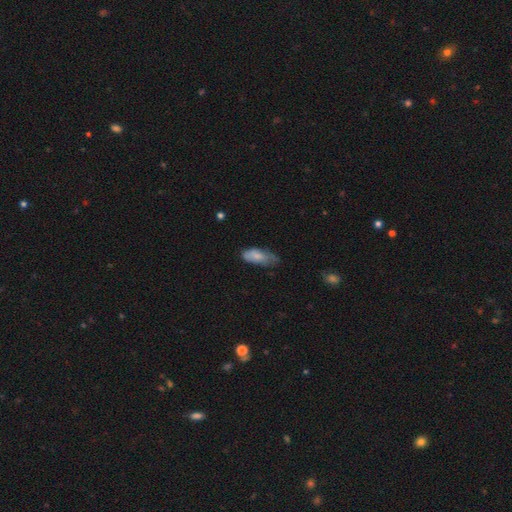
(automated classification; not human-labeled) The model was most divided on "merging": minor disturbance: 42%, none: 41%, major disturbance: 15%, merger: 2%. More confident: how rounded — in between (82%); smooth or featured — smooth (76%).